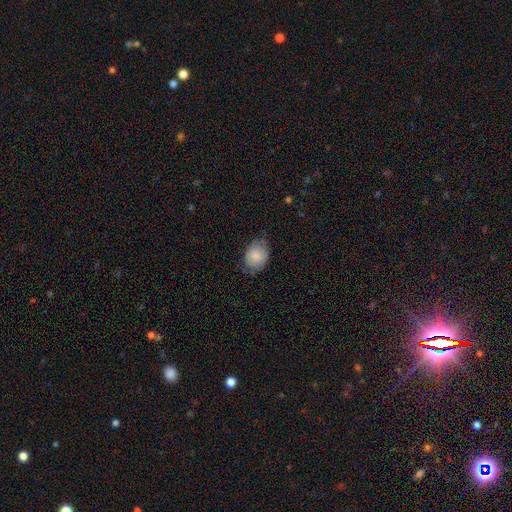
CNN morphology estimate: Q: Smooth or featured?
A: smooth (75%); runner-up: featured or disk (18%)
Q: How rounded?
A: in between (66%); runner-up: round (33%)
Q: Merging?
A: none (64%); runner-up: minor disturbance (28%)